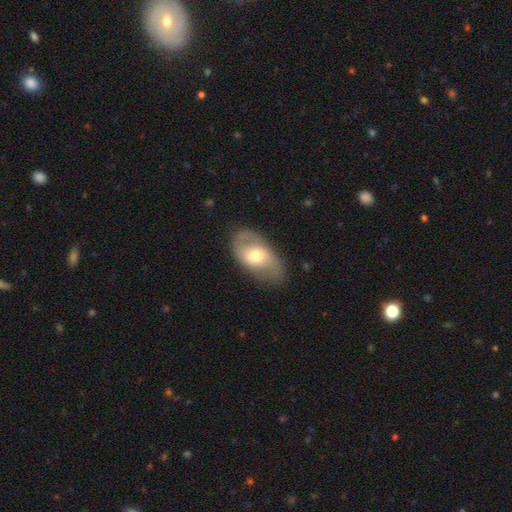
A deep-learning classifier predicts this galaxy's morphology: featured or disk 53%, smooth 42%, star or artifact 6%. Down the decision tree: edge-on disk — no (92%); merging — none (72%).